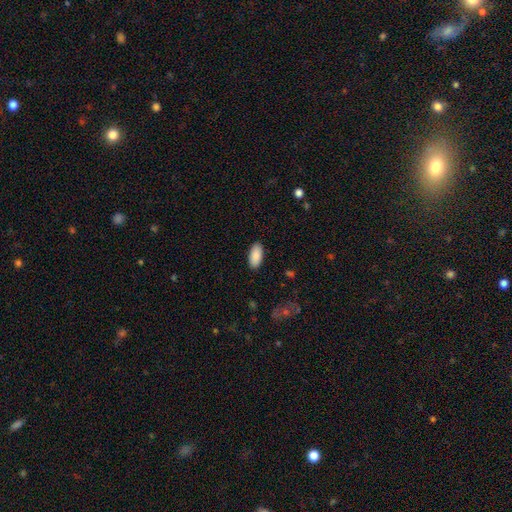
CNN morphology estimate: type=smooth (89%); roundness=in between (92%); merging=none (89%).